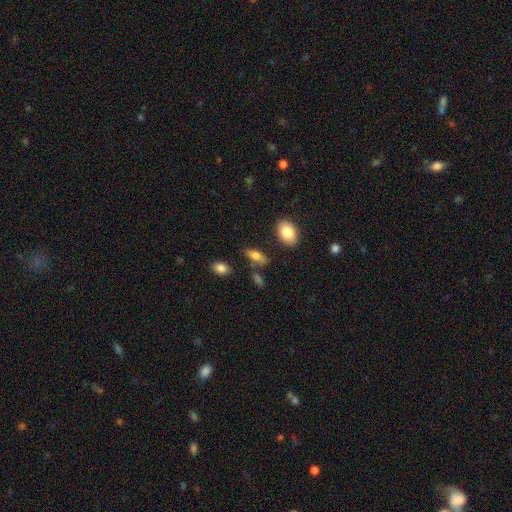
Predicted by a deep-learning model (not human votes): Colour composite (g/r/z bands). It shows a smooth galaxy with no disk features (72%) that is in between round and cigar-shaped (77%). Merging: none (75%).